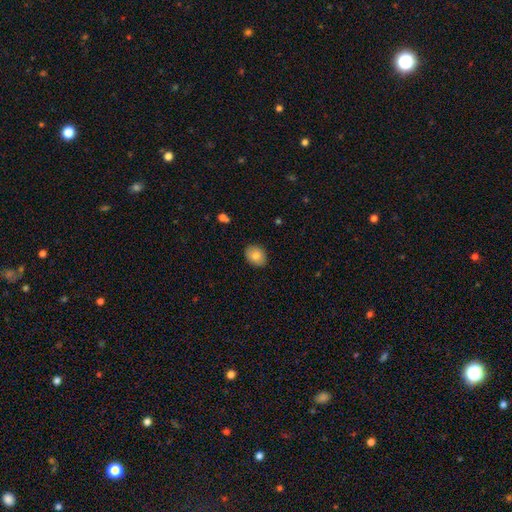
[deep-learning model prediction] Morphology: type=smooth (82%); roundness=in between (57%); merging=none (88%).